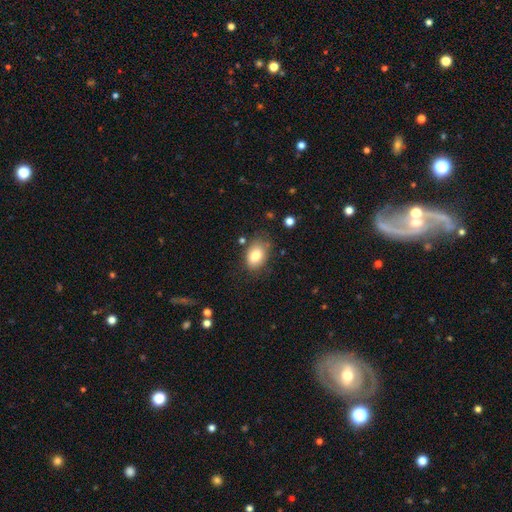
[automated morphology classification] This appears to be a smooth galaxy with no disk features (81%) that is in between round and cigar-shaped (81%). Merging: none (71%).